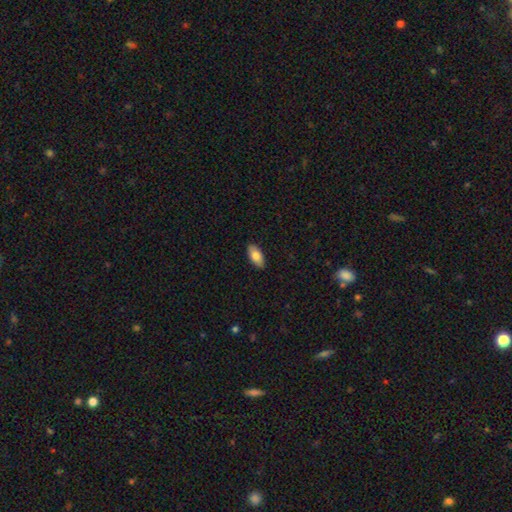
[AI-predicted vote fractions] Smooth or featured? smooth (81%)
How rounded? in between (91%)
Merging? none (90%)